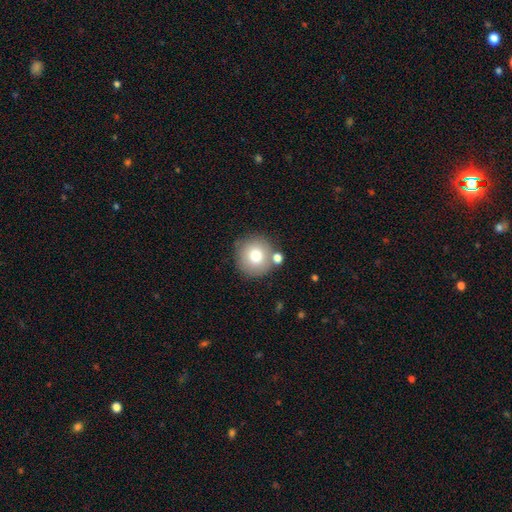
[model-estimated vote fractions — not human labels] Smooth or featured? smooth (76%)
How rounded? round (94%)
Merging? none (76%)